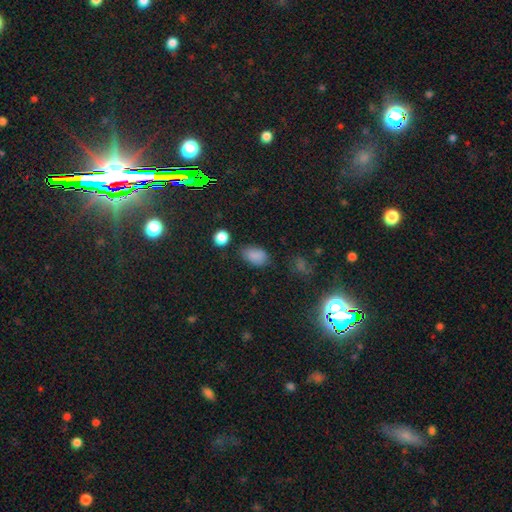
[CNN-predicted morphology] smooth 83%, star or artifact 12%, featured or disk 5%. Down the decision tree: how rounded — in between (87%); merging — none (72%).